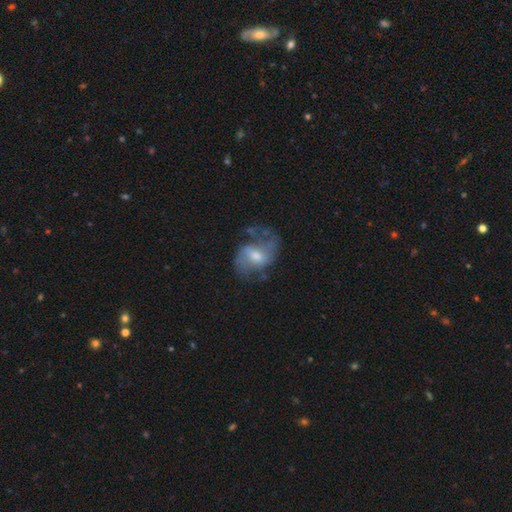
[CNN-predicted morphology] featured or disk 75%, smooth 17%, star or artifact 7%. Down the decision tree: edge-on disk — no (97%); bar — weak (49%); spiral arms — yes (88%); spiral arm count — 2 (77%); spiral winding — medium (44%); bulge size — moderate (58%); merging — none (52%).